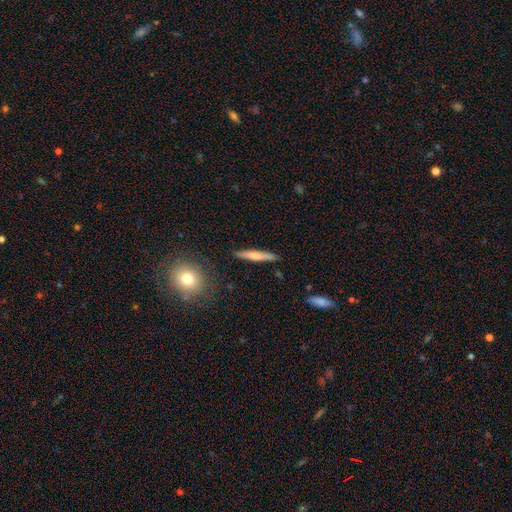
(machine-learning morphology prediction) Overall: smooth (58%; featured or disk 36%). How rounded: cigar-shaped (92%). Merging: none (89%).